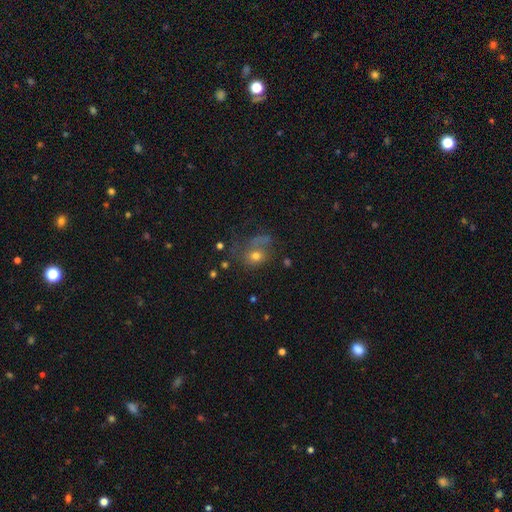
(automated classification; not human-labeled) Smooth or featured: smooth — 59% (featured or disk — 25%)
How rounded: round — 55% (in between — 44%)
Merging: none — 36% (major disturbance — 33%)